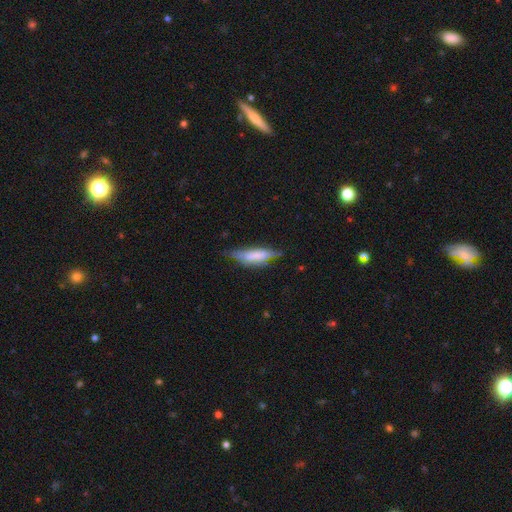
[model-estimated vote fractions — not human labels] Smooth or featured?
  - smooth: 50% *
  - featured or disk: 42%
  - star or artifact: 8%
How rounded?
  - cigar-shaped: 60% *
  - in between: 38%
  - round: 2%
Merging?
  - none: 59% *
  - minor disturbance: 28%
  - major disturbance: 9%
  - merger: 4%